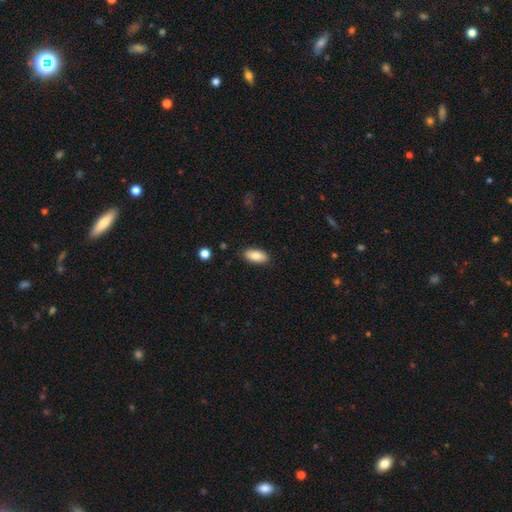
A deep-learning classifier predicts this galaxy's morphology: A smooth galaxy with no disk features (85%) that is in between round and cigar-shaped (90%).

Vote fractions:
- Smooth or featured? smooth: 85% / featured or disk: 8% / star or artifact: 7%
- How rounded? in between: 90% / cigar-shaped: 8% / round: 2%
- Merging? none: 88% / minor disturbance: 9% / major disturbance: 2% / merger: 1%